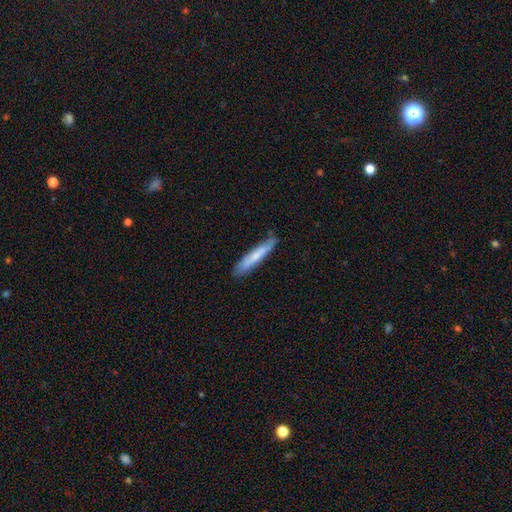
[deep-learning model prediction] Smooth or featured?
  - smooth: 68% *
  - featured or disk: 26%
  - star or artifact: 6%
How rounded?
  - cigar-shaped: 92% *
  - in between: 7%
  - round: 1%
Merging?
  - none: 77% *
  - minor disturbance: 19%
  - major disturbance: 3%
  - merger: 2%